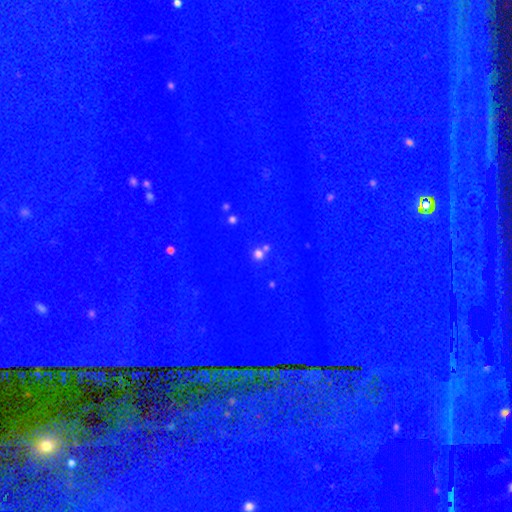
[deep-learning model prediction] Q: Smooth or featured?
A: star or artifact (90%); runner-up: featured or disk (6%)